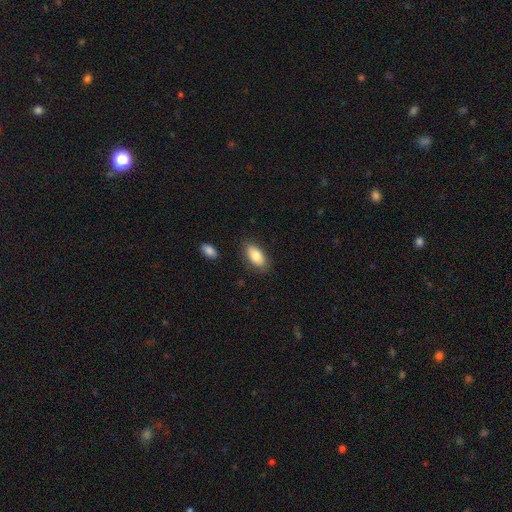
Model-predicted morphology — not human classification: Smooth or featured? smooth (82%)
How rounded? in between (91%)
Merging? none (84%)